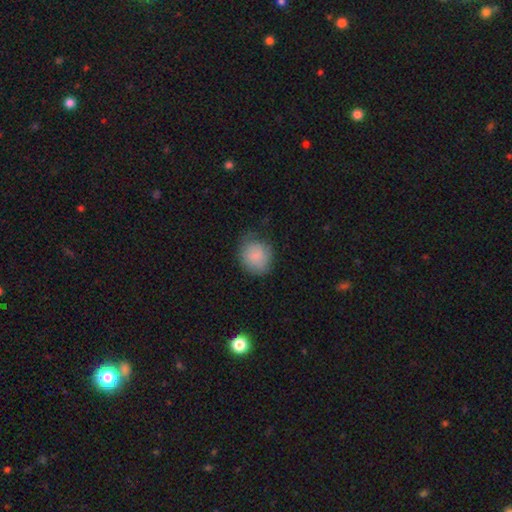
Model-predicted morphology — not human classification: Smooth or featured: smooth — 82% (featured or disk — 11%)
How rounded: round — 77% (in between — 22%)
Merging: none — 62% (minor disturbance — 28%)